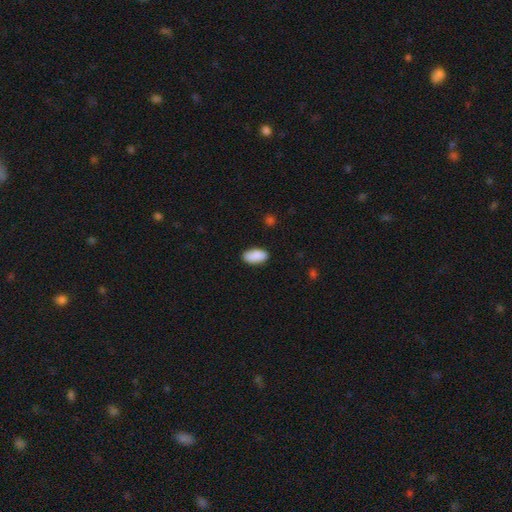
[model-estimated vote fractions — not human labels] smooth_or_featured: smooth (p=0.89) [alt: star or artifact p=0.06]
how_rounded: in between (p=0.93) [alt: cigar-shaped p=0.04]
merging: none (p=0.85) [alt: minor disturbance p=0.11]